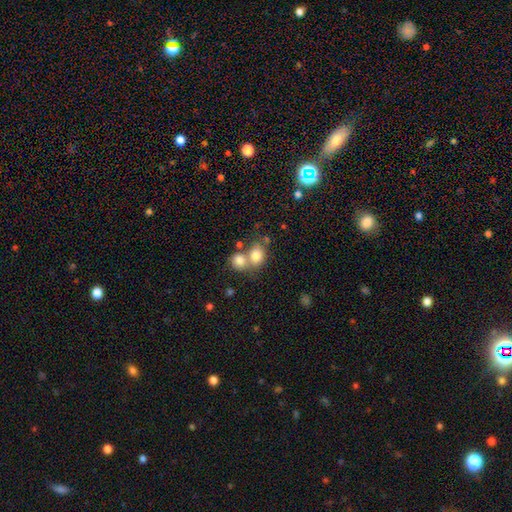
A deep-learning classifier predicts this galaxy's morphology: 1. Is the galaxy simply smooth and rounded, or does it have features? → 79% smooth, 11% featured or disk, 10% star or artifact.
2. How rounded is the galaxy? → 57% round, 42% in between, 1% cigar-shaped.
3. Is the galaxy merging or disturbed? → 54% merger, 35% none, 8% minor disturbance, 4% major disturbance.